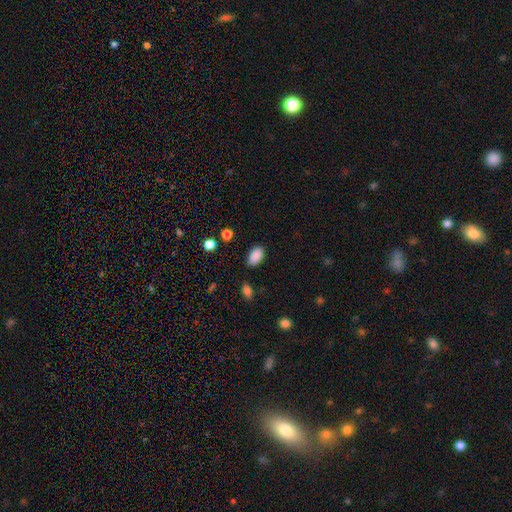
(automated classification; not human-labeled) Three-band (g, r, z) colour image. It shows a smooth galaxy with no disk features (88%) that is in between round and cigar-shaped (93%). Merging: none (84%).